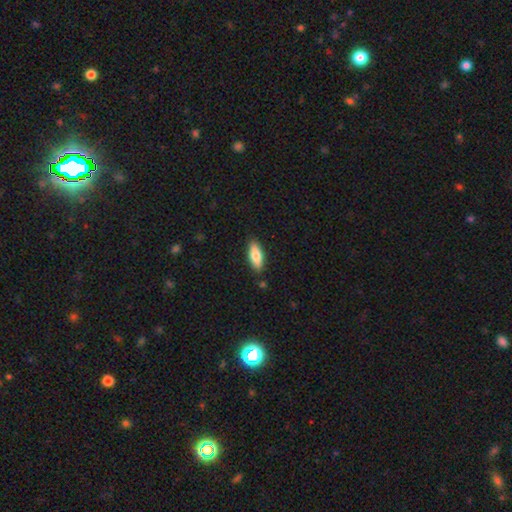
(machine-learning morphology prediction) Smooth or featured: smooth — 79% (featured or disk — 15%)
How rounded: in between — 71% (cigar-shaped — 27%)
Merging: none — 88% (minor disturbance — 9%)